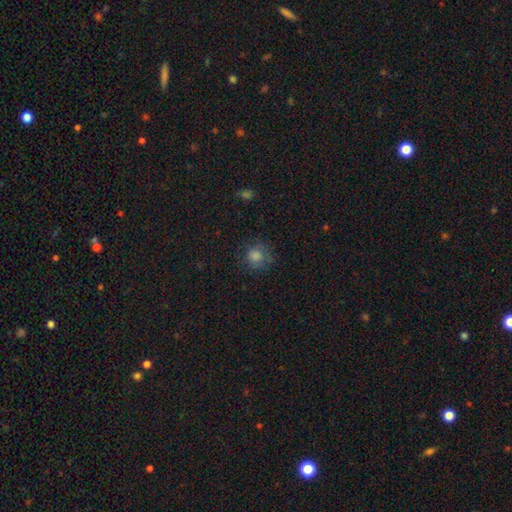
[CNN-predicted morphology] smooth 75%, star or artifact 16%, featured or disk 8%. Down the decision tree: how rounded — round (85%); merging — none (74%).